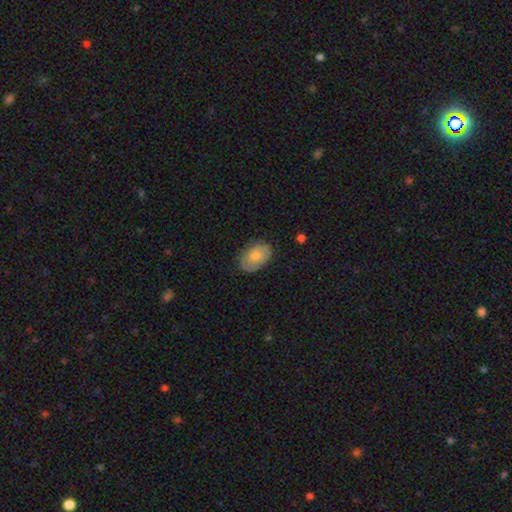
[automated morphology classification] Smooth or featured? smooth (68%)
How rounded? in between (86%)
Merging? none (80%)